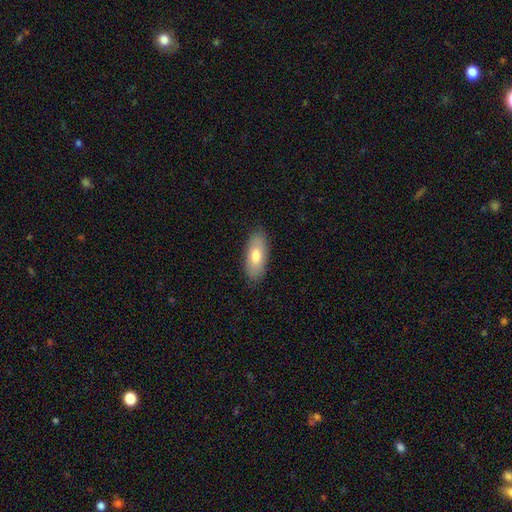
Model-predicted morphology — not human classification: A smooth galaxy with no disk features (74%) that is in between round and cigar-shaped (84%).

Vote fractions:
- Smooth or featured? smooth: 74% / featured or disk: 20% / star or artifact: 6%
- How rounded? in between: 84% / cigar-shaped: 14% / round: 3%
- Merging? none: 86% / minor disturbance: 10% / major disturbance: 2% / merger: 1%